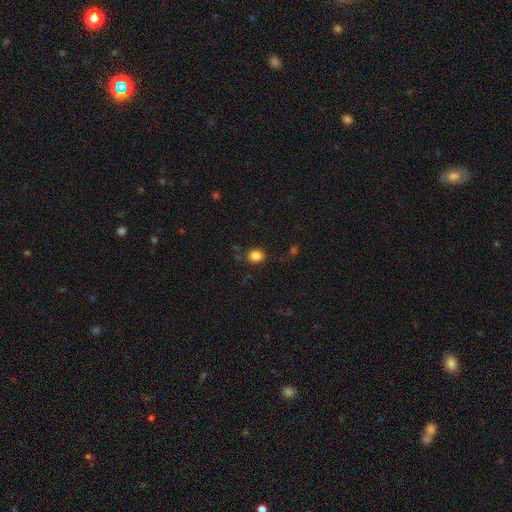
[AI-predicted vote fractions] Overall: smooth (84%). How rounded: round (74%). Merging: none (85%).